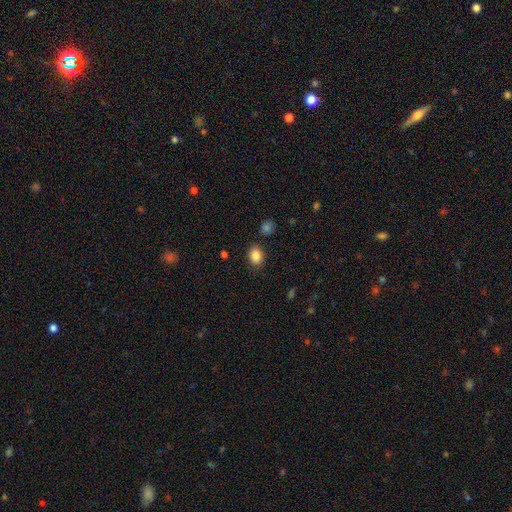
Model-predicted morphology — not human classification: Q: Smooth or featured?
A: smooth (86%); runner-up: star or artifact (9%)
Q: How rounded?
A: in between (63%); runner-up: round (36%)
Q: Merging?
A: none (83%); runner-up: minor disturbance (11%)